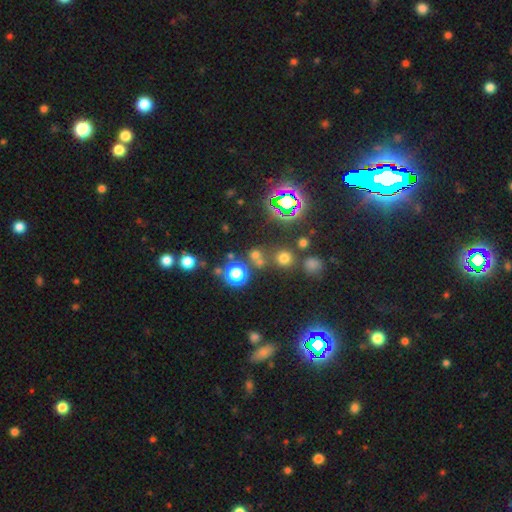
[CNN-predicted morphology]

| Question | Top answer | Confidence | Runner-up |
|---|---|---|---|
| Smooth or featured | smooth | 56% | star or artifact (36%) |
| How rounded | round | 87% | in between (12%) |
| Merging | none | 68% | merger (20%) |